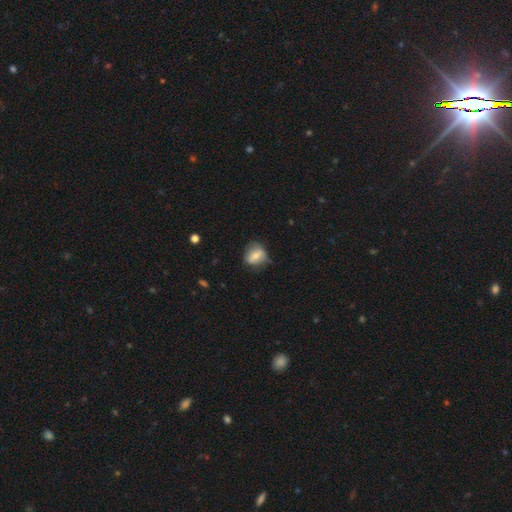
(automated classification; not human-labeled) This appears to be a smooth galaxy with no disk features (60%) that is round (51%). Merging: none (62%).